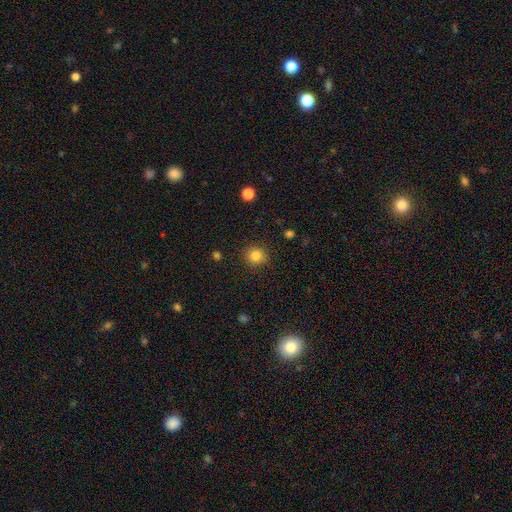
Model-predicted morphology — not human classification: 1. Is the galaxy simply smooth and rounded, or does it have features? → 83% smooth, 12% star or artifact, 5% featured or disk.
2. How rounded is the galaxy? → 89% round, 10% in between, 1% cigar-shaped.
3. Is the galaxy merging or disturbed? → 89% none, 8% minor disturbance, 3% major disturbance, 1% merger.